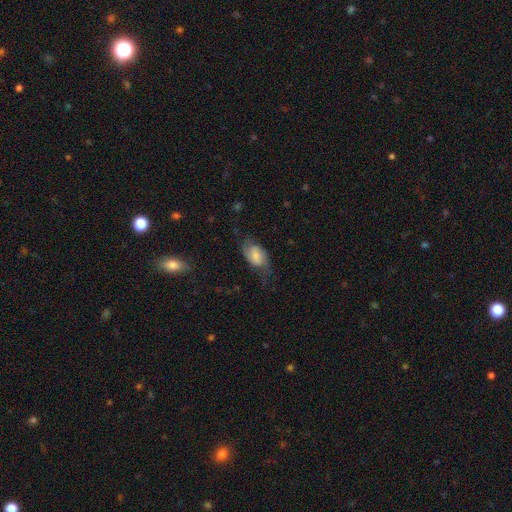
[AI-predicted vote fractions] This appears to be a smooth galaxy with no disk features (50%) that is in between round and cigar-shaped (89%). Merging: none (51%).